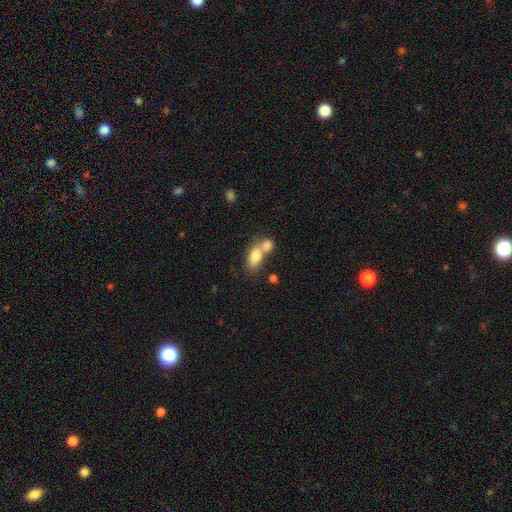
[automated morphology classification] The model was most divided on "merging": merger: 58%, none: 29%, minor disturbance: 9%, major disturbance: 5%. More confident: how rounded — in between (83%); smooth or featured — smooth (79%).